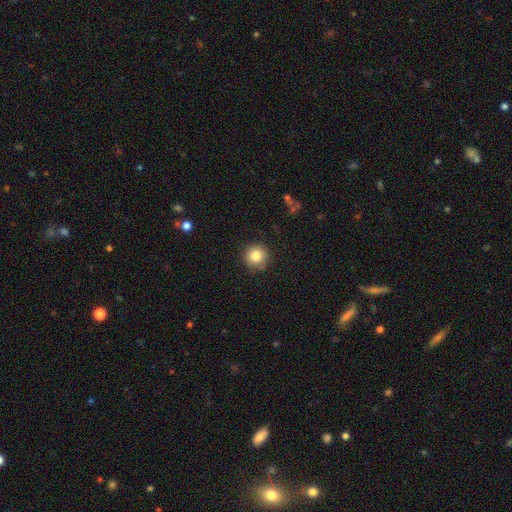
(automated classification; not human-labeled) The model was most divided on "smooth or featured": smooth: 84%, star or artifact: 10%, featured or disk: 6%. More confident: how rounded — round (94%); merging — none (87%).